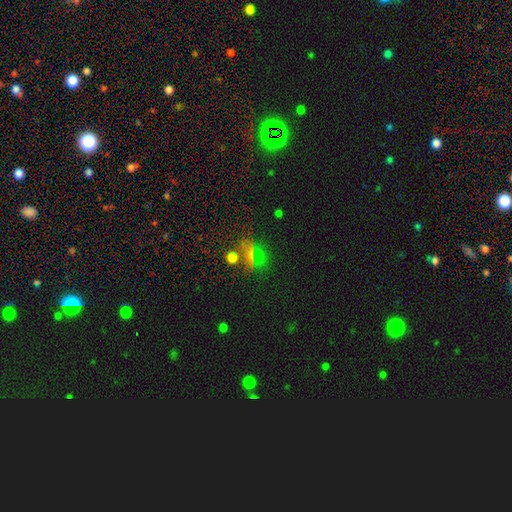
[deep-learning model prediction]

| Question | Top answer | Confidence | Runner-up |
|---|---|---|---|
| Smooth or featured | star or artifact | 46% | smooth (44%) |